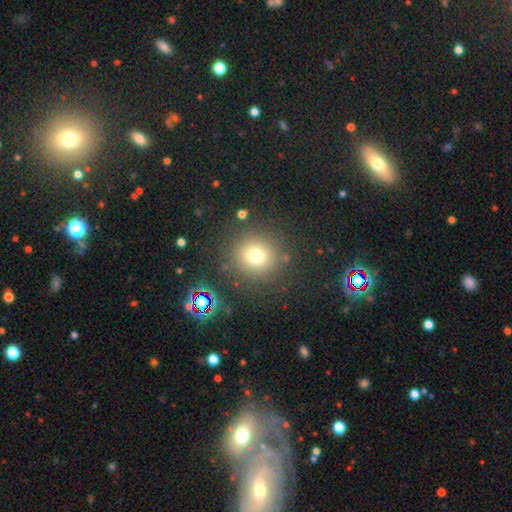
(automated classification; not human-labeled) Smooth or featured? smooth (72%)
How rounded? round (92%)
Merging? none (85%)